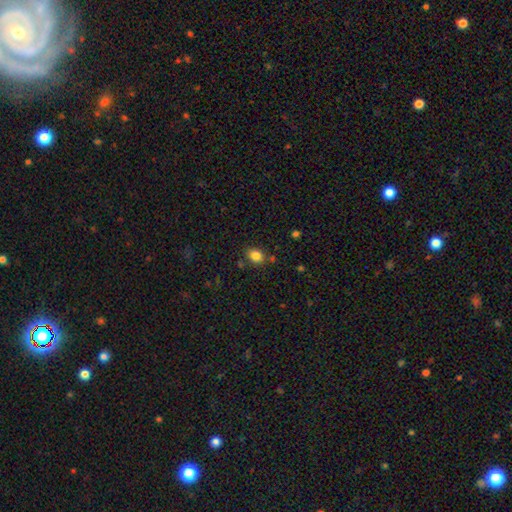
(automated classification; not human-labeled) Overall: smooth (83%). How rounded: round (50%; in between 49%). Merging: none (80%).